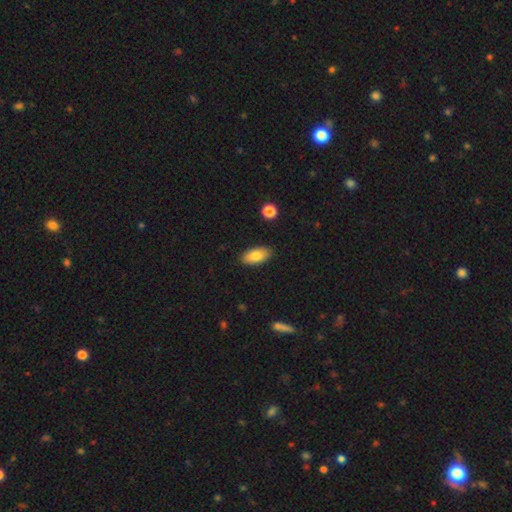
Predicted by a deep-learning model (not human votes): smooth 83%, featured or disk 11%, star or artifact 7%. Down the decision tree: how rounded — in between (91%); merging — none (87%).